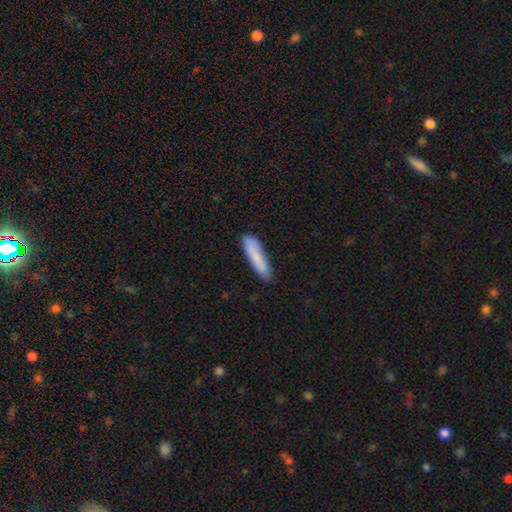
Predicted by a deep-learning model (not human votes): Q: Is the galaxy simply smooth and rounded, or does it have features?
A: smooth — 84%.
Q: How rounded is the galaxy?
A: cigar-shaped — 81%.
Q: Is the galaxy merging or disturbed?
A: none — 82%.